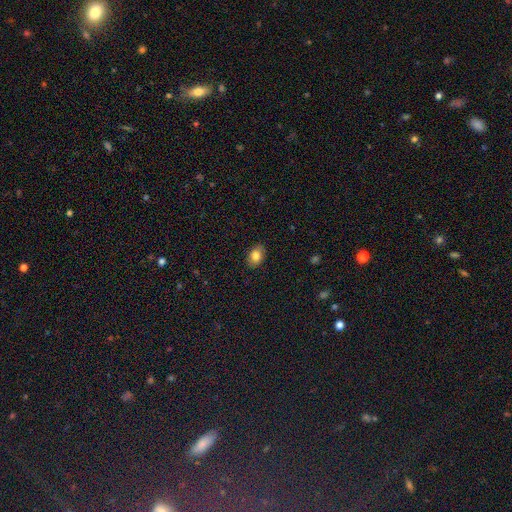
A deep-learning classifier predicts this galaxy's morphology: A smooth galaxy with no disk features (82%) that is in between round and cigar-shaped (85%).

Vote fractions:
- Smooth or featured? smooth: 82% / featured or disk: 10% / star or artifact: 8%
- How rounded? in between: 85% / round: 14% / cigar-shaped: 1%
- Merging? none: 87% / minor disturbance: 10% / major disturbance: 2% / merger: 1%